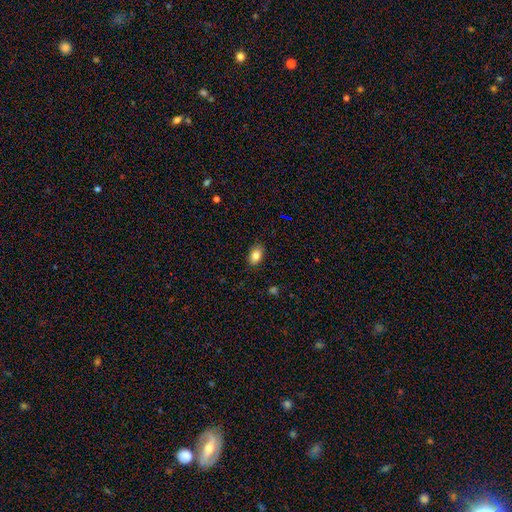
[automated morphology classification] This is clearly a smooth galaxy (84%). How rounded: clearly in between (88%). Merging: clearly none (87%).